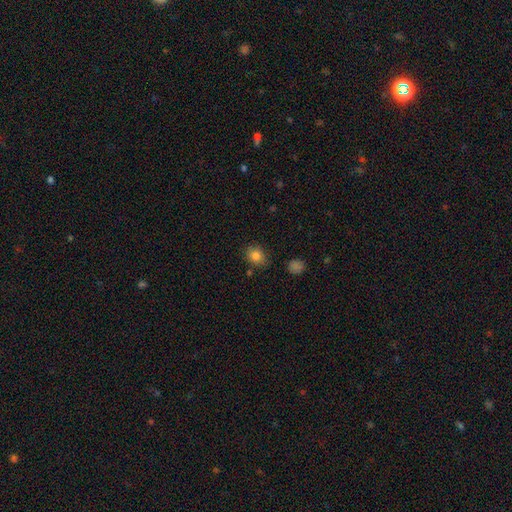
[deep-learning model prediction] Smooth or featured? smooth (83%)
How rounded? round (57%)
Merging? none (78%)